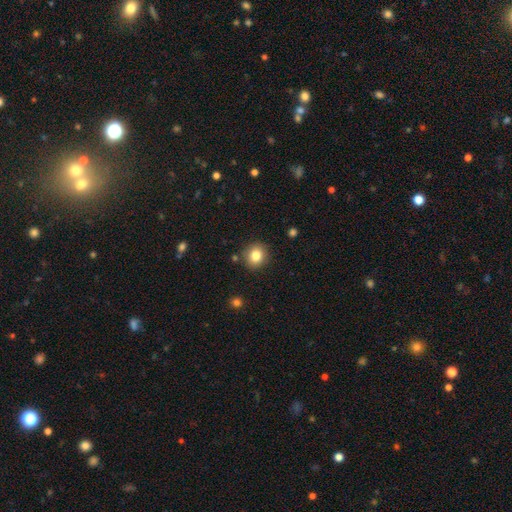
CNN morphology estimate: Smooth or featured?
  - smooth: 82% *
  - star or artifact: 11%
  - featured or disk: 8%
How rounded?
  - round: 83% *
  - in between: 17%
  - cigar-shaped: 1%
Merging?
  - none: 87% *
  - minor disturbance: 8%
  - major disturbance: 2%
  - merger: 2%